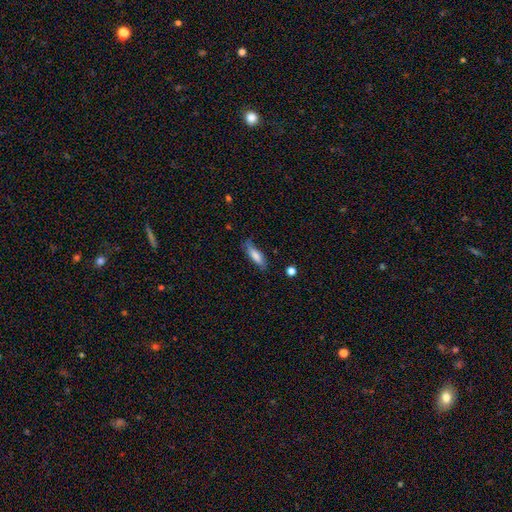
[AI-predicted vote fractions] Smooth or featured? smooth (77%)
How rounded? cigar-shaped (53%)
Merging? none (68%)